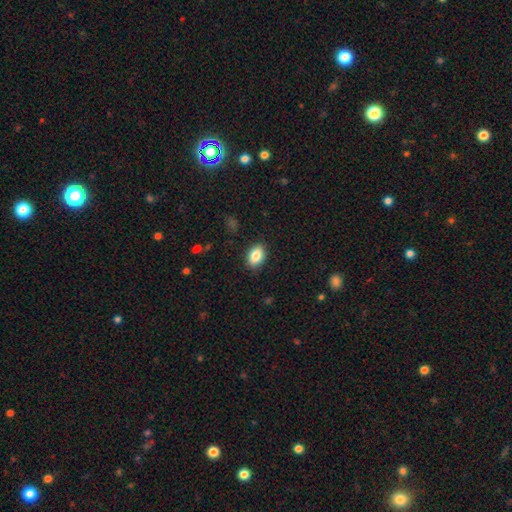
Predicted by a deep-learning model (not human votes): Q: Smooth or featured?
A: smooth (85%); runner-up: star or artifact (8%)
Q: How rounded?
A: in between (82%); runner-up: round (16%)
Q: Merging?
A: none (87%); runner-up: minor disturbance (9%)